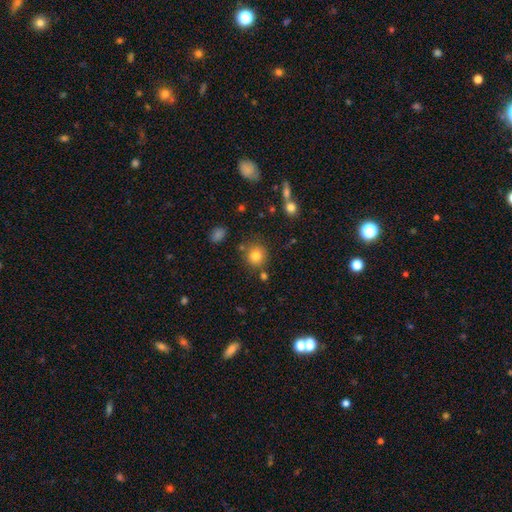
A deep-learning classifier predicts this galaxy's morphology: Q: Smooth or featured?
A: smooth (79%); runner-up: star or artifact (12%)
Q: How rounded?
A: round (90%); runner-up: in between (9%)
Q: Merging?
A: none (79%); runner-up: minor disturbance (10%)